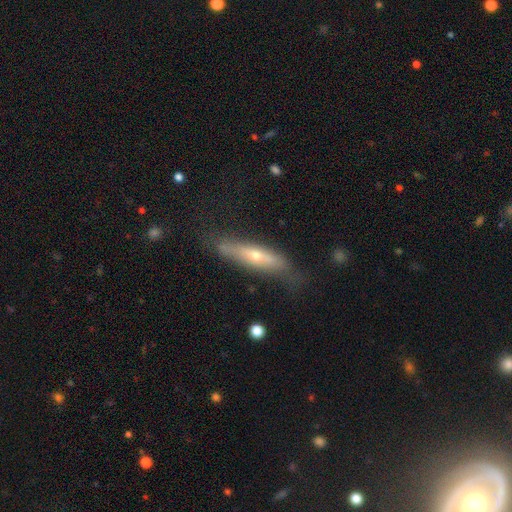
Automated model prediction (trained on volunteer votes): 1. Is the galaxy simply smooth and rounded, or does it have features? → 54% featured or disk, 39% smooth, 7% star or artifact.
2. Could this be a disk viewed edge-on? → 76% yes, 24% no.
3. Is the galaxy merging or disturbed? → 69% none, 21% minor disturbance, 8% major disturbance, 2% merger.